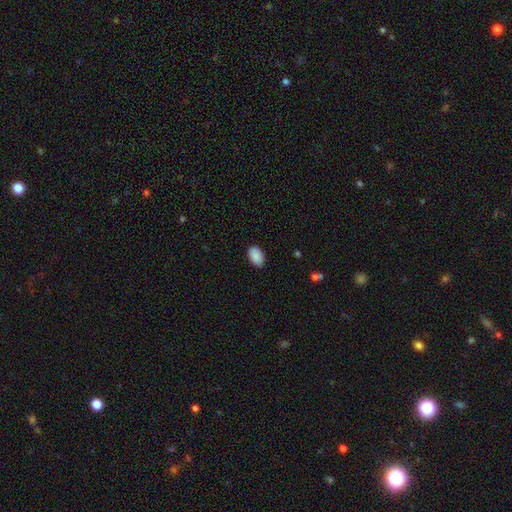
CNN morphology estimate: A smooth galaxy with no disk features (90%) that is in between round and cigar-shaped (93%). Merging: none (88%).